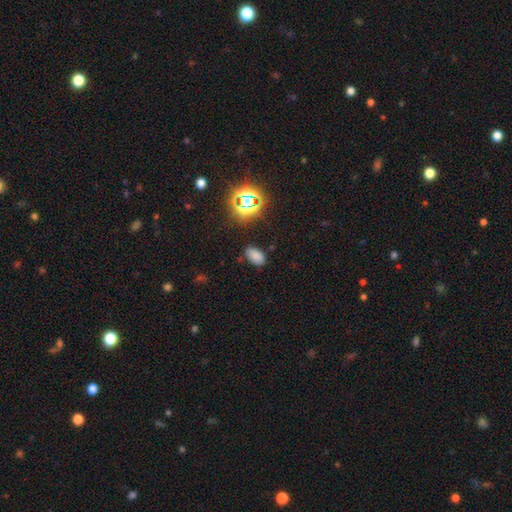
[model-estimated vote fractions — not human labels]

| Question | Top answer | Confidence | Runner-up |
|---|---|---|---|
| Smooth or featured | smooth | 73% | star or artifact (21%) |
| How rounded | in between | 93% | round (6%) |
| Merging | none | 82% | minor disturbance (13%) |